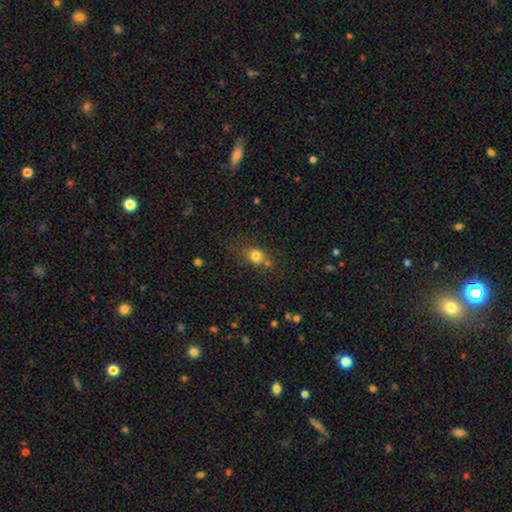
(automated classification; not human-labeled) Smooth or featured? smooth (78%)
How rounded? round (62%)
Merging? none (64%)